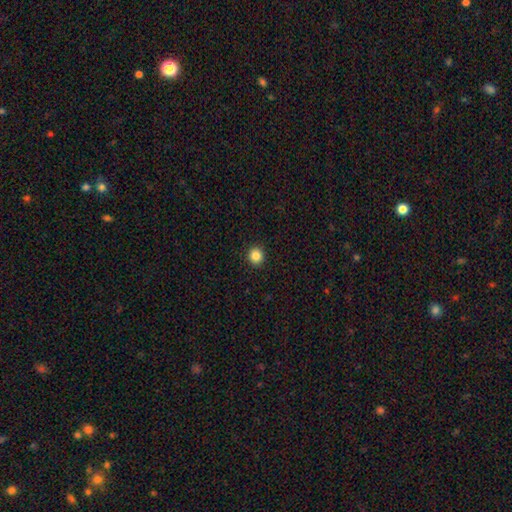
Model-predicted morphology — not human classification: This appears to be a smooth galaxy with no disk features (85%) that is round (92%). Merging: none (93%).